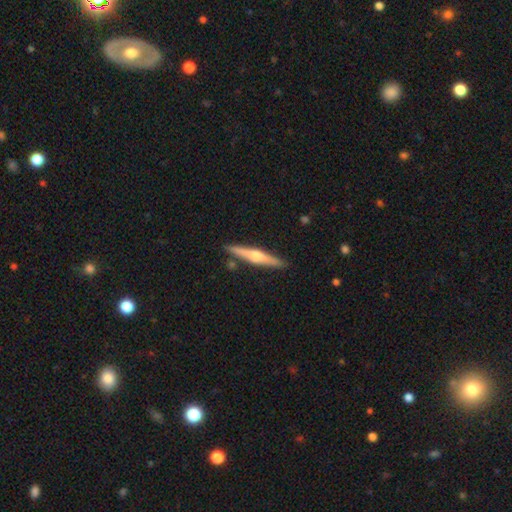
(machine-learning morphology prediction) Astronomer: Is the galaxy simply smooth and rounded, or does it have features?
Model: featured or disk — 69%.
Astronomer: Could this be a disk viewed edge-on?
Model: yes — 98%.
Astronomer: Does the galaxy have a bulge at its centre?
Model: rounded — 92%.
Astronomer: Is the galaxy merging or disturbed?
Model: none — 88%.